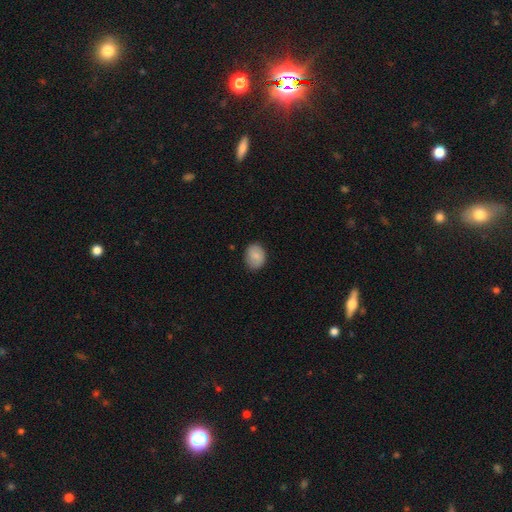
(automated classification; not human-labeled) Q: Smooth or featured?
A: smooth (84%); runner-up: featured or disk (9%)
Q: How rounded?
A: in between (51%); runner-up: round (48%)
Q: Merging?
A: none (82%); runner-up: minor disturbance (14%)